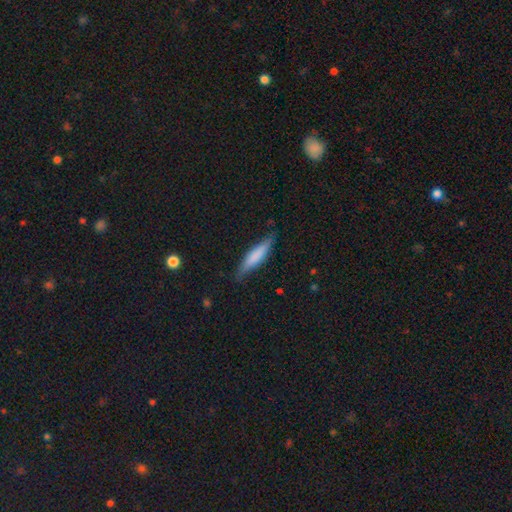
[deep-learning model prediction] This is likely a smooth galaxy (67%). How rounded: likely cigar-shaped (79%). Merging: likely none (78%).